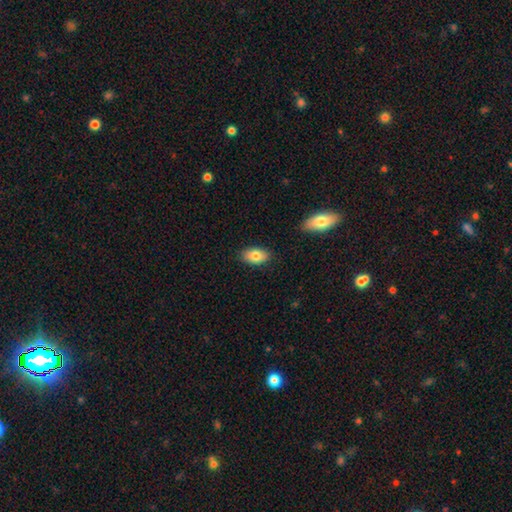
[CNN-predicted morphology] Smooth or featured: smooth — 81% (featured or disk — 12%)
How rounded: in between — 91% (round — 7%)
Merging: none — 85% (minor disturbance — 11%)